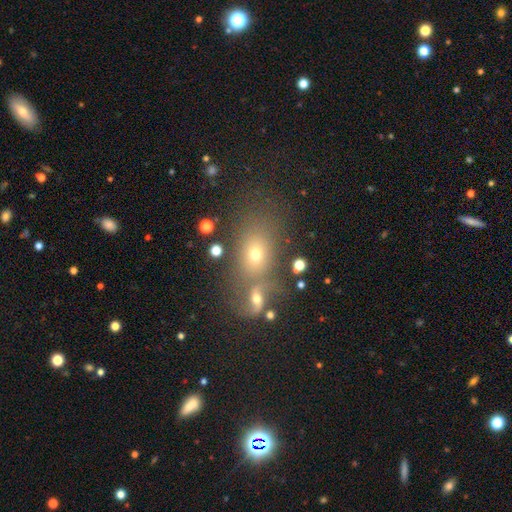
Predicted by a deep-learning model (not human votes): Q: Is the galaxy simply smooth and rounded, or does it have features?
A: smooth — 60%.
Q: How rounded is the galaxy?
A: in between — 69%.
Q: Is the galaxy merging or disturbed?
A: none — 41%.